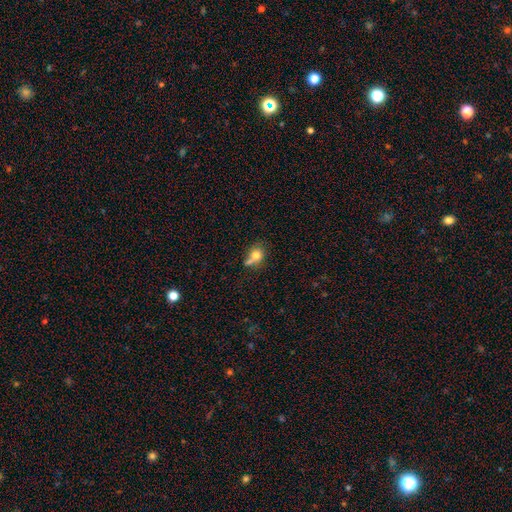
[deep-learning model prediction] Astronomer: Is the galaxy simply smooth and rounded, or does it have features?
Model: smooth — 76%.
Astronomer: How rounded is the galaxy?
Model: round — 62% (runner-up: in between, 37%).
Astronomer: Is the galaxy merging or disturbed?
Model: none — 38% (runner-up: merger, 34%).